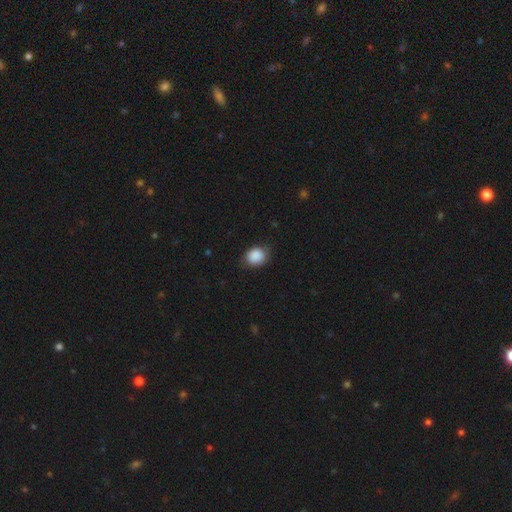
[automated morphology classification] This is clearly a smooth galaxy (88%). How rounded: possibly round (58%). Merging: likely none (77%).